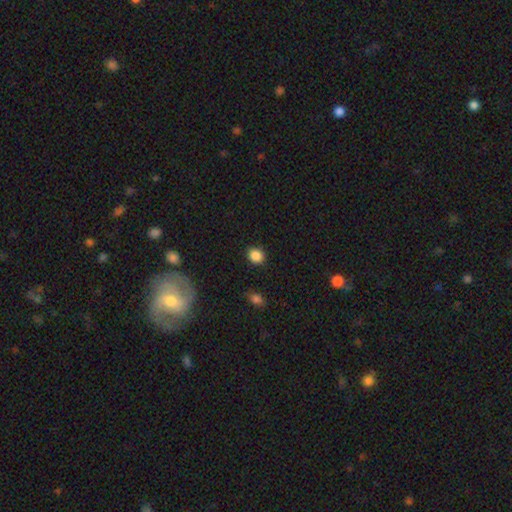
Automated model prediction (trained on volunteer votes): This is clearly a smooth galaxy (86%). How rounded: likely round (67%). Merging: clearly none (88%).